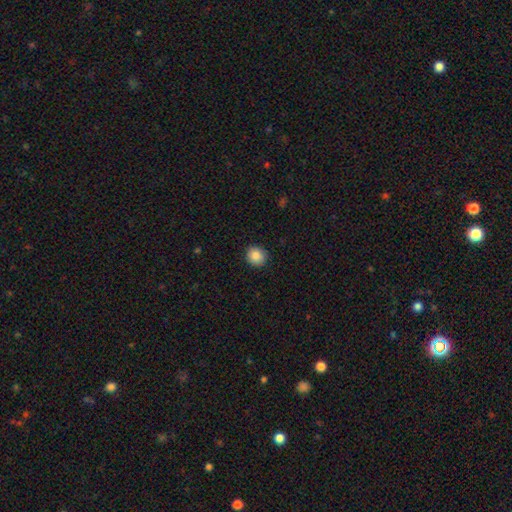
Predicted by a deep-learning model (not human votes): This is clearly a smooth galaxy (88%). How rounded: clearly round (85%). Merging: clearly none (90%).